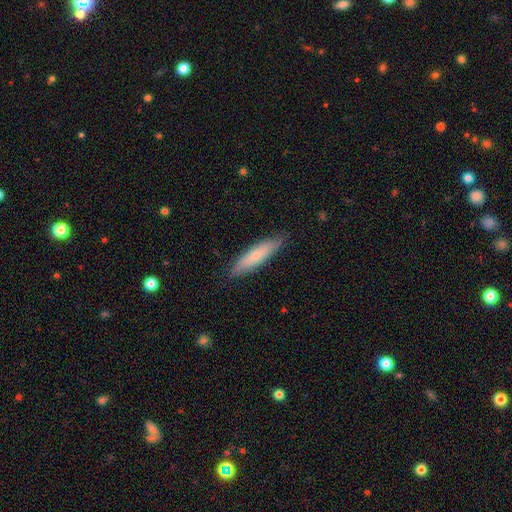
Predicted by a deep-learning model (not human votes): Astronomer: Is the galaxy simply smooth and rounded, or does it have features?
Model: smooth — 70%.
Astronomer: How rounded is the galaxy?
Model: cigar-shaped — 74%.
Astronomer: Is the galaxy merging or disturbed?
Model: none — 86%.